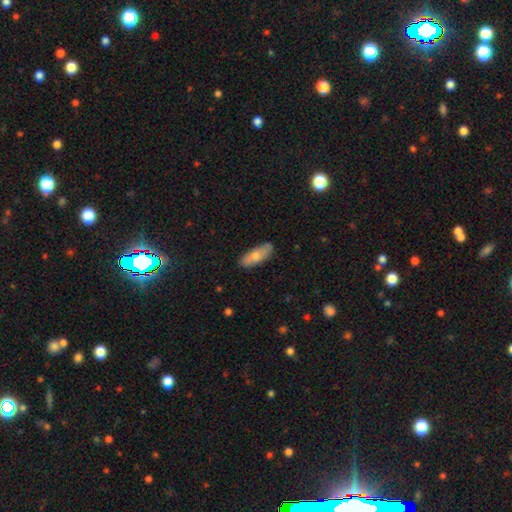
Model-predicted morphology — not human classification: The model was most divided on "how rounded": in between: 72%, cigar-shaped: 26%, round: 2%. More confident: merging — none (82%); smooth or featured — smooth (71%).